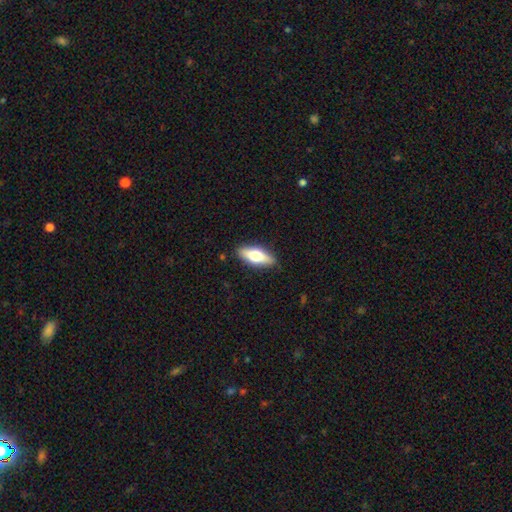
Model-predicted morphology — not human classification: Smooth or featured? Predicted: smooth (p=0.57). How rounded? Predicted: in between (p=0.68). Merging? Predicted: none (p=0.88).